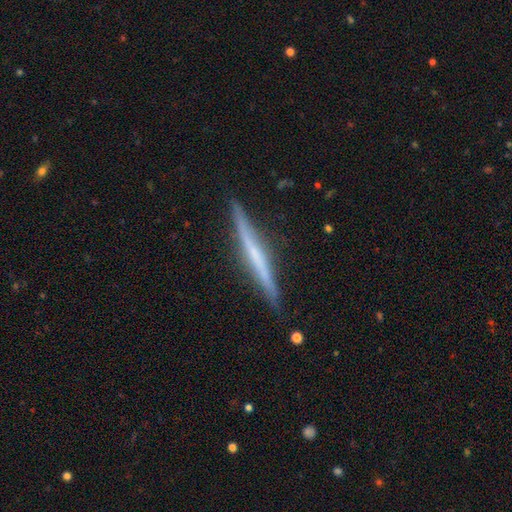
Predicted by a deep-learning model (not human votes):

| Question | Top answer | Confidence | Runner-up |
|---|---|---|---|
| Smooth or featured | featured or disk | 66% | smooth (28%) |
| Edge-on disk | yes | 97% | no (3%) |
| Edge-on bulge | none | 71% | rounded (20%) |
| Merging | none | 88% | minor disturbance (9%) |